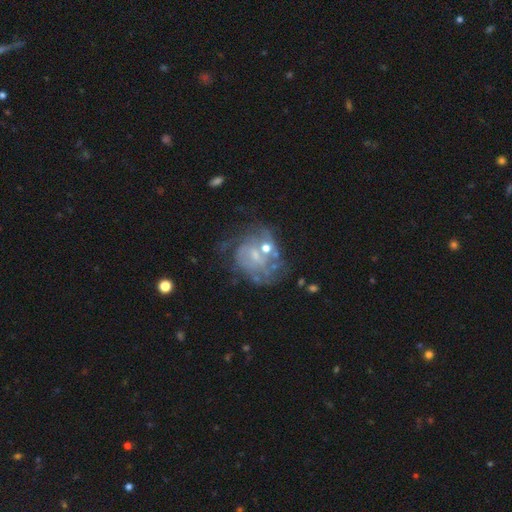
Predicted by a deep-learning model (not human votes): This appears to be a featured or disk galaxy (73%) with no bar (59%), spiral arms (66%) and a small central bulge (50%). Merging: none (40%).